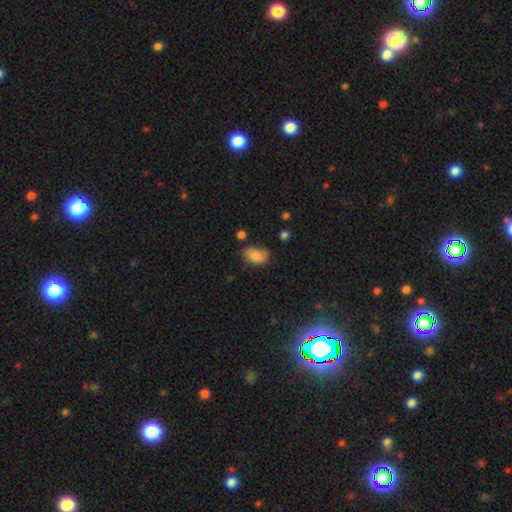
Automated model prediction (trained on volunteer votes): smooth 82%, featured or disk 10%, star or artifact 9%. Down the decision tree: how rounded — in between (88%); merging — none (56%).